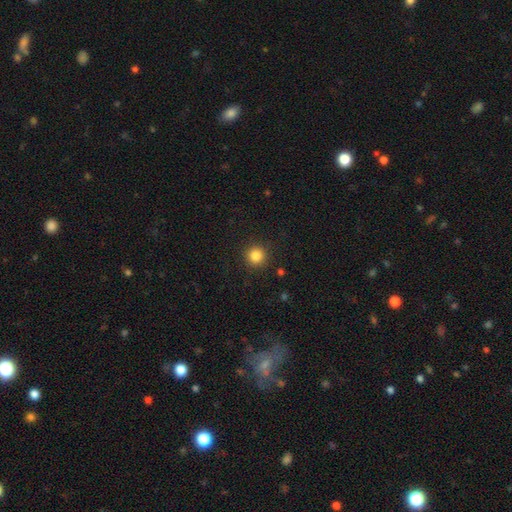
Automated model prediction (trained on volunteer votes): This is clearly a smooth galaxy (84%). How rounded: clearly round (95%). Merging: clearly none (92%).